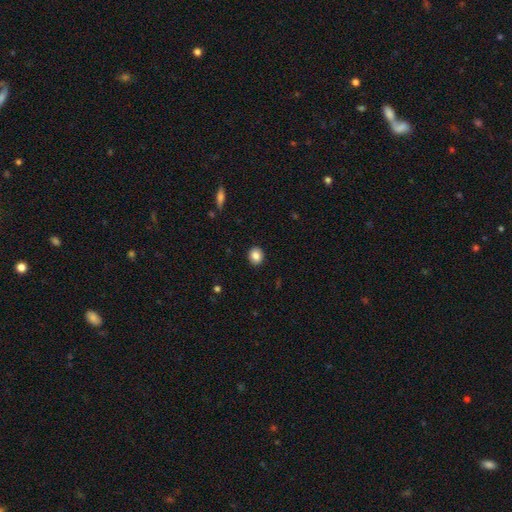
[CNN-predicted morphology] type=smooth (85%); roundness=round (72%); merging=none (91%).